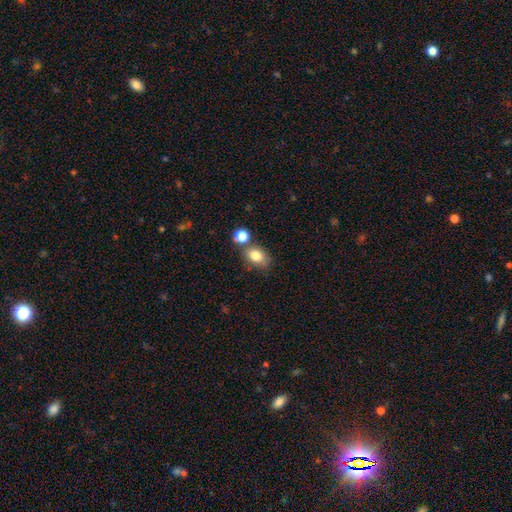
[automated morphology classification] Smooth or featured?
  - smooth: 81% *
  - star or artifact: 10%
  - featured or disk: 9%
How rounded?
  - in between: 71% *
  - round: 28%
  - cigar-shaped: 1%
Merging?
  - none: 60% *
  - merger: 21%
  - minor disturbance: 15%
  - major disturbance: 5%